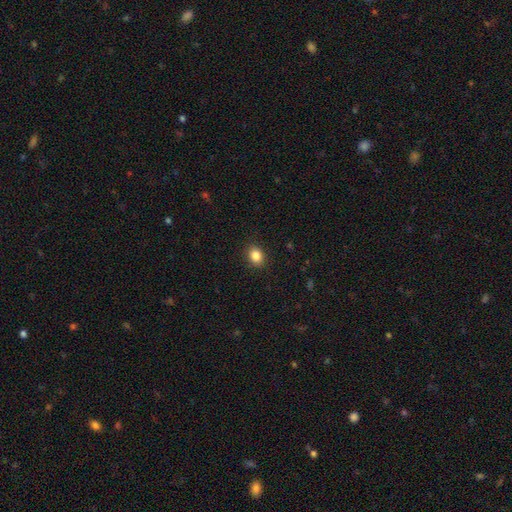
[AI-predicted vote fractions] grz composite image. It shows a smooth galaxy with no disk features (86%) that is in between round and cigar-shaped (55%). Merging: none (90%).